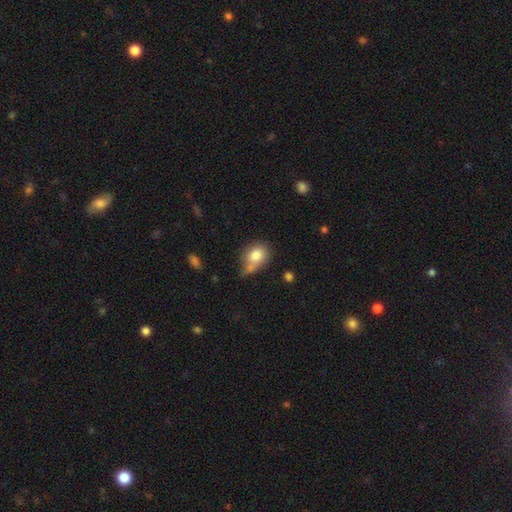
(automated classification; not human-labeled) Smooth or featured? Predicted: smooth (p=0.79). How rounded? Predicted: in between (p=0.58). Merging? Predicted: none (p=0.40).